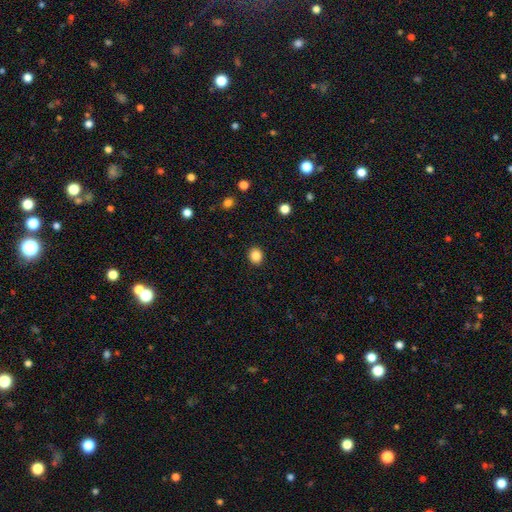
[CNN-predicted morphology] smooth_or_featured: smooth (p=0.85) [alt: star or artifact p=0.10]
how_rounded: round (p=0.74) [alt: in between p=0.25]
merging: none (p=0.91) [alt: minor disturbance p=0.06]